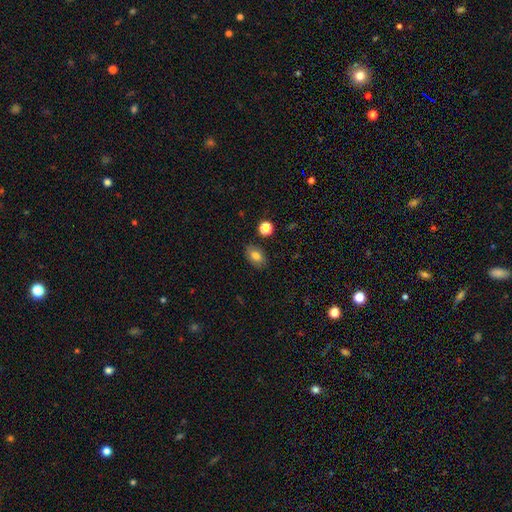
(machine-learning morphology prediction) This appears to be a smooth galaxy with no disk features (80%) that is in between round and cigar-shaped (84%). Merging: none (84%).